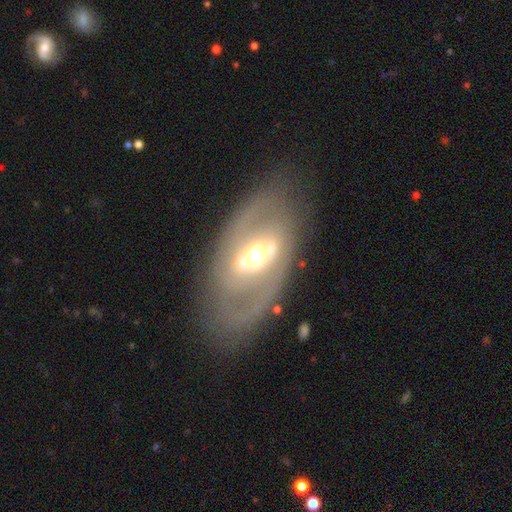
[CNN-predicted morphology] Smooth or featured?
  - featured or disk: 77% *
  - smooth: 17%
  - star or artifact: 7%
Edge-on disk?
  - no: 93% *
  - yes: 7%
Bar?
  - weak: 40% *
  - strong: 32%
  - no: 28%
Spiral arms?
  - yes: 64% *
  - no: 36%
Bulge size?
  - moderate: 66% *
  - small: 16%
  - large: 15%
  - dominant: 2%
  - none: 1%
Merging?
  - none: 76% *
  - minor disturbance: 14%
  - major disturbance: 7%
  - merger: 3%